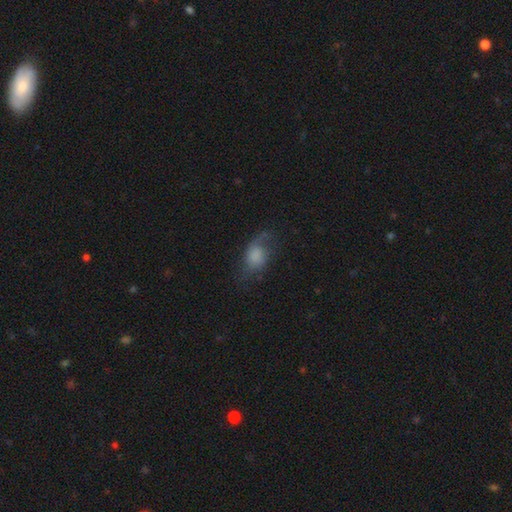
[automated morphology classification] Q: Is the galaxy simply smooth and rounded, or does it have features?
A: smooth — 59%.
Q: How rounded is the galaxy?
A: in between — 77%.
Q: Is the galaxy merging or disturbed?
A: none — 46%.